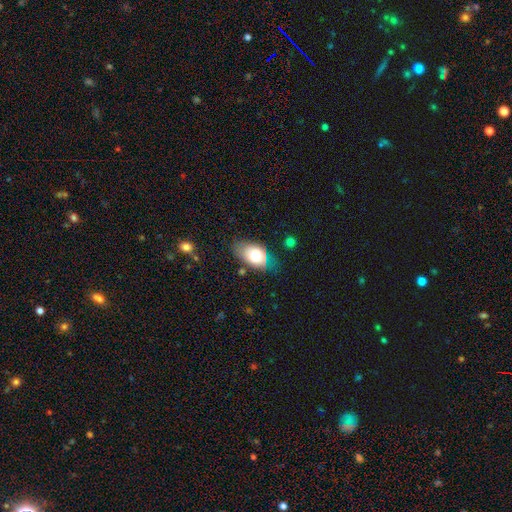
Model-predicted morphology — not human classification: Smooth or featured? smooth (70%)
How rounded? in between (90%)
Merging? none (60%)